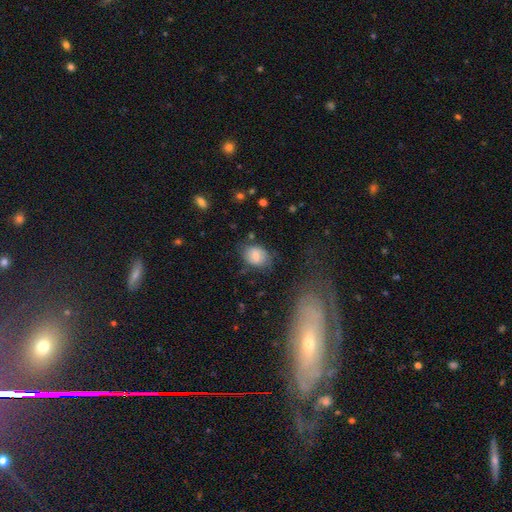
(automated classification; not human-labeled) This is likely a smooth galaxy (71%). How rounded: likely in between (61%). Merging: likely none (65%).